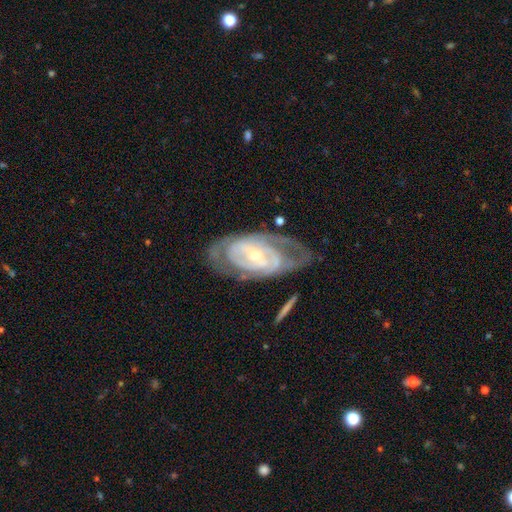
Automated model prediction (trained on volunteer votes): A featured or disk galaxy (85%) with no bar (43%), 2 (50%) tight (61%) spiral arms (88%) and a small central bulge (62%). Merging: none (62%).